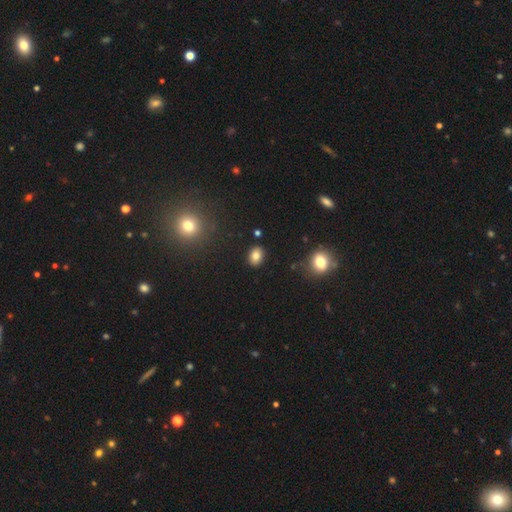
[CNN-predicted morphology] smooth_or_featured: smooth (p=0.83) [alt: star or artifact p=0.10]
how_rounded: in between (p=0.68) [alt: round p=0.31]
merging: none (p=0.88) [alt: minor disturbance p=0.08]